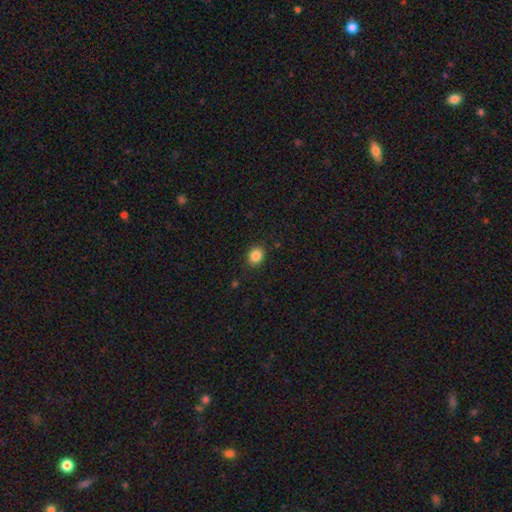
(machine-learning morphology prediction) Smooth or featured? Predicted: smooth (p=0.85). How rounded? Predicted: round (p=0.66). Merging? Predicted: none (p=0.87).